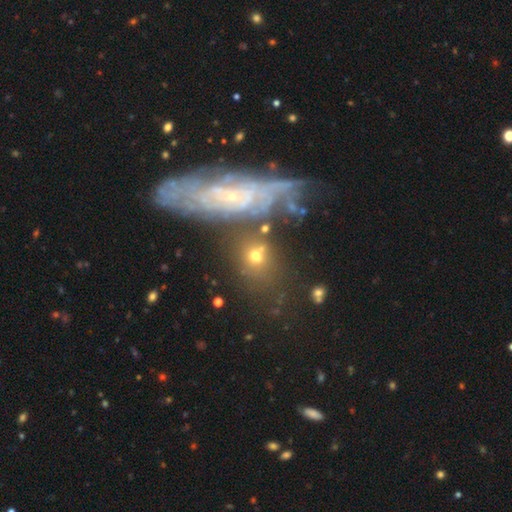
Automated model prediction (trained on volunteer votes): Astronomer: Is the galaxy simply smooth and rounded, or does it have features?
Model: smooth — 49% (runner-up: featured or disk, 34%).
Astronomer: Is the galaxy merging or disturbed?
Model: none — 58%.